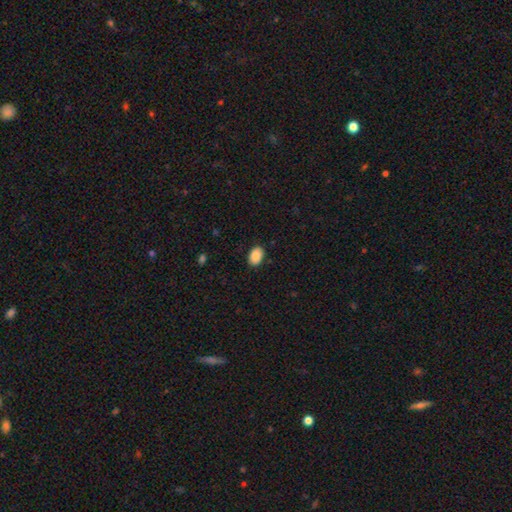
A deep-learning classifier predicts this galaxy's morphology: type=smooth (89%); roundness=in between (82%); merging=none (88%).